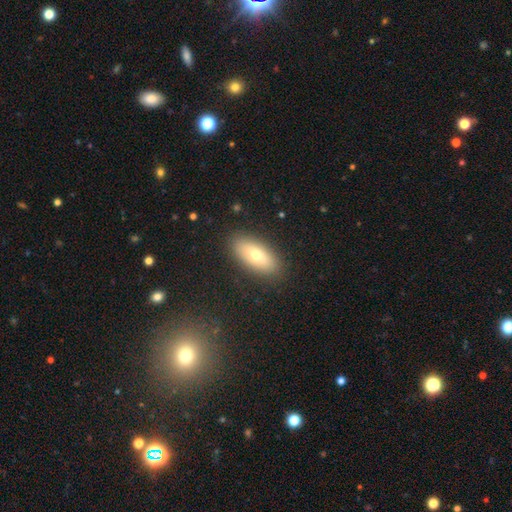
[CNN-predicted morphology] type=smooth (69%); roundness=in between (84%); merging=none (88%).